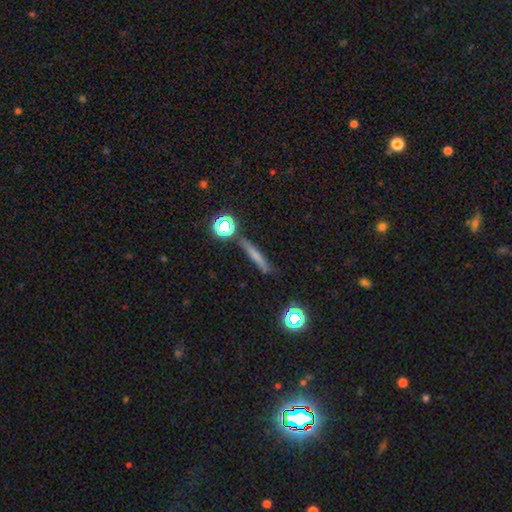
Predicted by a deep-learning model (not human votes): smooth-or-featured: smooth: 61% | featured or disk: 26% | star or artifact: 14%
  how-rounded: cigar-shaped: 86% | in between: 7% | round: 7%
  merging: none: 81% | minor disturbance: 11% | merger: 5% | major disturbance: 3%